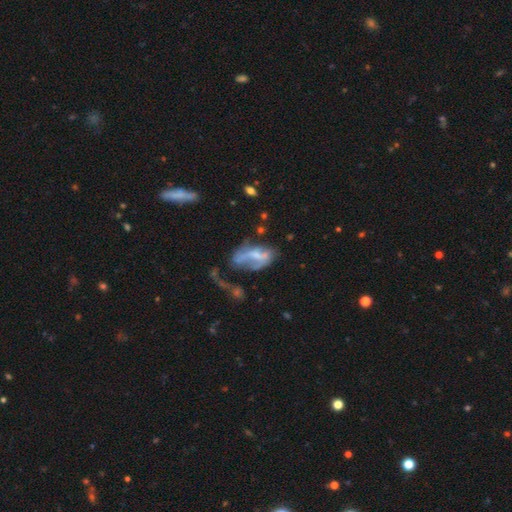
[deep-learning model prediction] Morphology: type=featured or disk (57%); edge-on=no (93%); bar=no (48%); spiral arms=no (57%); bulge=none (37%); merging=major disturbance (42%).